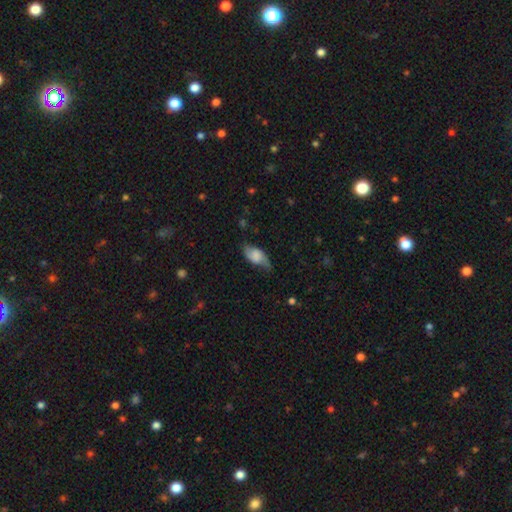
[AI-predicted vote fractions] Smooth or featured?
  - smooth: 64% *
  - featured or disk: 28%
  - star or artifact: 8%
How rounded?
  - in between: 91% *
  - round: 4%
  - cigar-shaped: 4%
Merging?
  - none: 46% *
  - minor disturbance: 38%
  - major disturbance: 14%
  - merger: 2%